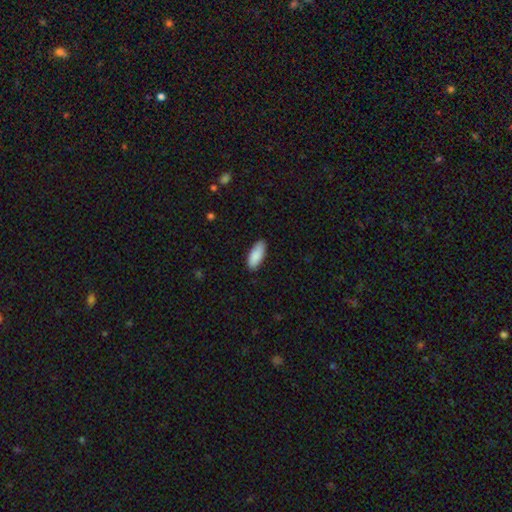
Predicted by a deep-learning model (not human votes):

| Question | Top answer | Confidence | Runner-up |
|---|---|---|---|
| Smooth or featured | smooth | 90% | star or artifact (6%) |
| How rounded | in between | 82% | cigar-shaped (17%) |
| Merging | none | 84% | minor disturbance (13%) |